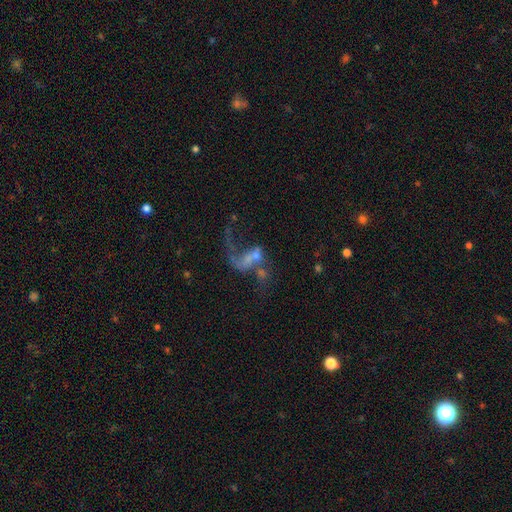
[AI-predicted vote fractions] This is likely a featured or disk galaxy (63%). It is clearly not viewed edge-on (97%). Bar: likely no (68%). Spiral arm pattern: possibly yes (55%). Central bulge: marginally none (42%). Merging: marginally merger (41%).